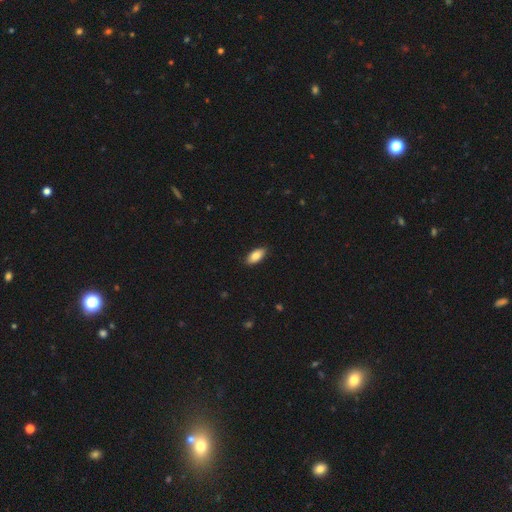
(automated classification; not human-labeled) Smooth or featured? Predicted: smooth (p=0.85). How rounded? Predicted: in between (p=0.91). Merging? Predicted: none (p=0.89).